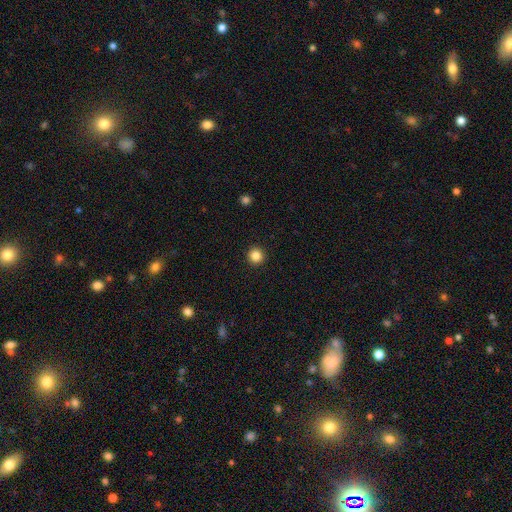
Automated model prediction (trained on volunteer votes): Overall: smooth (85%). How rounded: round (96%). Merging: none (93%).